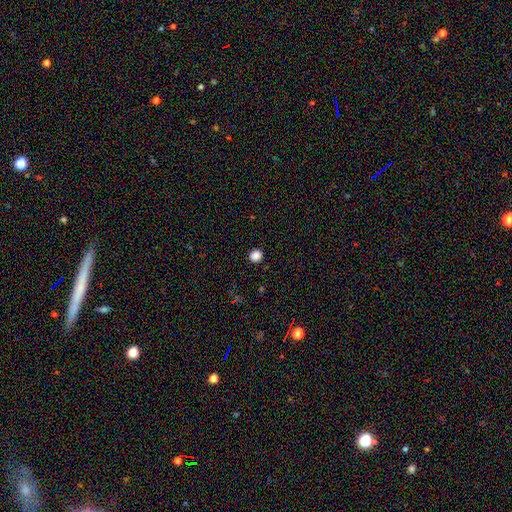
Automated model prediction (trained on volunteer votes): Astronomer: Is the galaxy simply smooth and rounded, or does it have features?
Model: smooth — 86%.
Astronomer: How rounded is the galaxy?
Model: round — 91%.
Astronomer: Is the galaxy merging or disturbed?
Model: none — 92%.